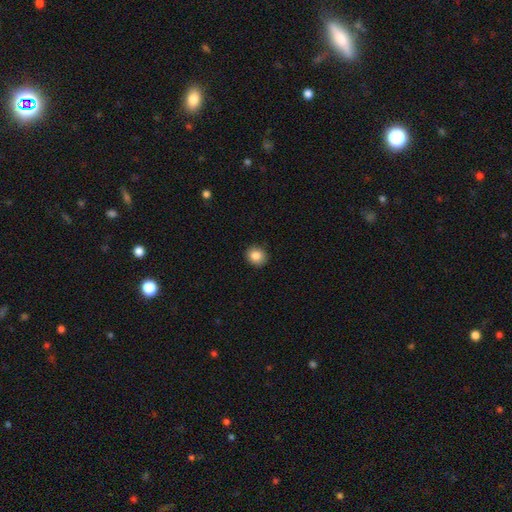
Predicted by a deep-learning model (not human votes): This appears to be a smooth galaxy with no disk features (85%) that is round (82%). Merging: none (90%).